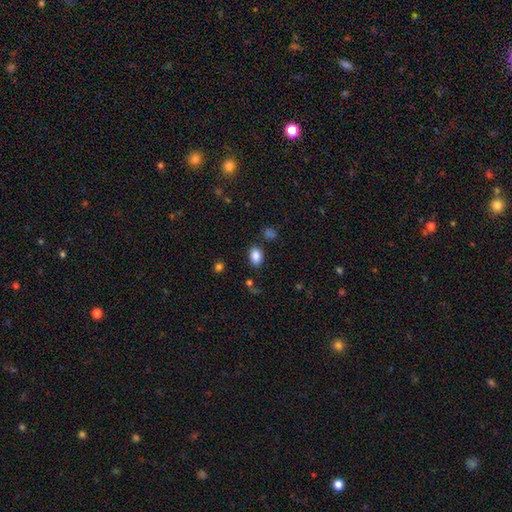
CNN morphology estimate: A smooth galaxy with no disk features (86%) that is in between round and cigar-shaped (83%).

Vote fractions:
- Smooth or featured? smooth: 86% / star or artifact: 10% / featured or disk: 4%
- How rounded? in between: 83% / round: 16% / cigar-shaped: 1%
- Merging? none: 81% / minor disturbance: 12% / merger: 4% / major disturbance: 3%